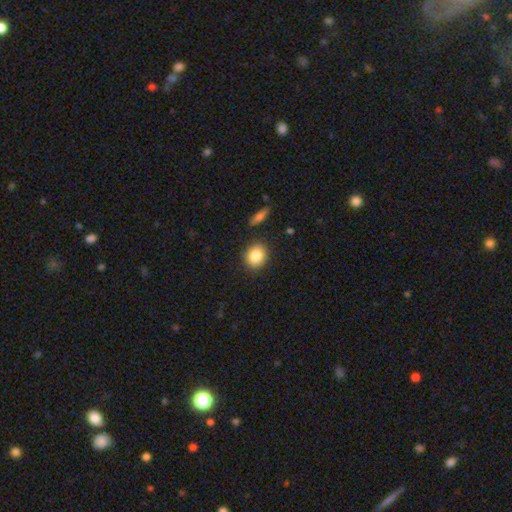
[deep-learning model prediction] Smooth or featured: smooth — 86% (star or artifact — 8%)
How rounded: round — 70% (in between — 28%)
Merging: none — 86% (minor disturbance — 9%)